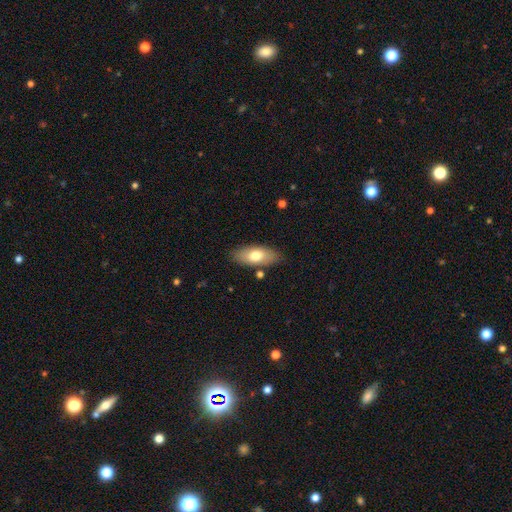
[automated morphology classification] A smooth galaxy with no disk features (72%) that is in between round and cigar-shaped (83%).

Vote fractions:
- Smooth or featured? smooth: 72% / featured or disk: 22% / star or artifact: 6%
- How rounded? in between: 83% / cigar-shaped: 14% / round: 3%
- Merging? none: 81% / minor disturbance: 13% / merger: 3% / major disturbance: 3%